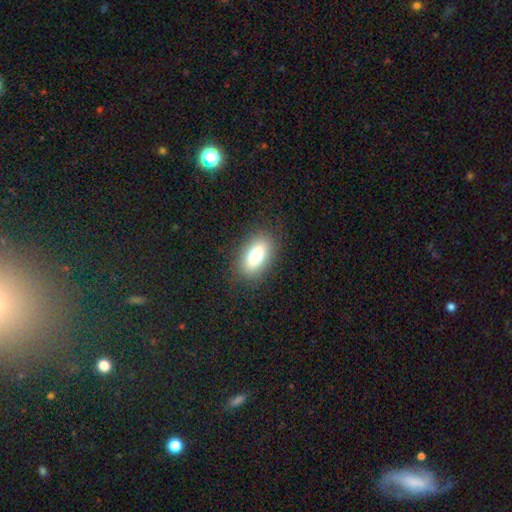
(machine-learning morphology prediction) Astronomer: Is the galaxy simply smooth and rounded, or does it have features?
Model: smooth — 75%.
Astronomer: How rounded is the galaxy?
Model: in between — 88%.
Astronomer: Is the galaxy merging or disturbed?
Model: none — 85%.